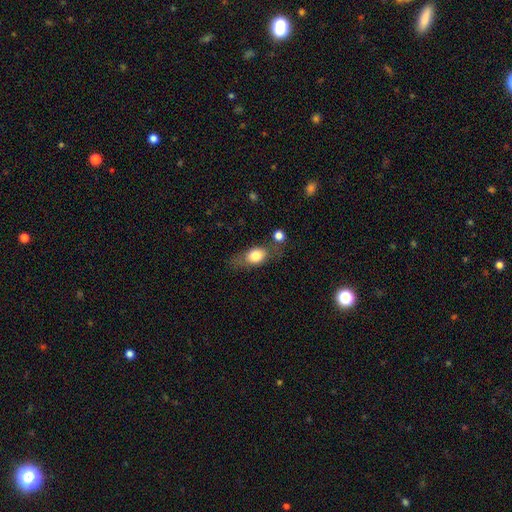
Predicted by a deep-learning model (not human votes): Overall: smooth (74%). How rounded: in between (71%). Merging: none (57%; minor disturbance 22%).